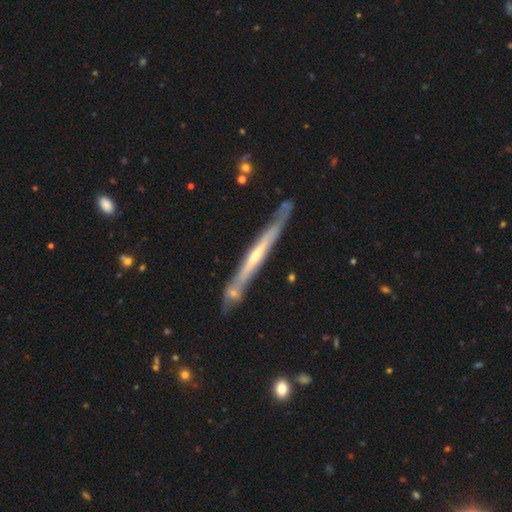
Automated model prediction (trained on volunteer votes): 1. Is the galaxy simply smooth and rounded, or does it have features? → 76% featured or disk, 18% smooth, 6% star or artifact.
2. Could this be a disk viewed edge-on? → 93% yes, 7% no.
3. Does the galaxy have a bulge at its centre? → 51% rounded, 43% none, 6% boxy.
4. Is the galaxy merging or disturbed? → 76% none, 15% minor disturbance, 6% merger, 3% major disturbance.